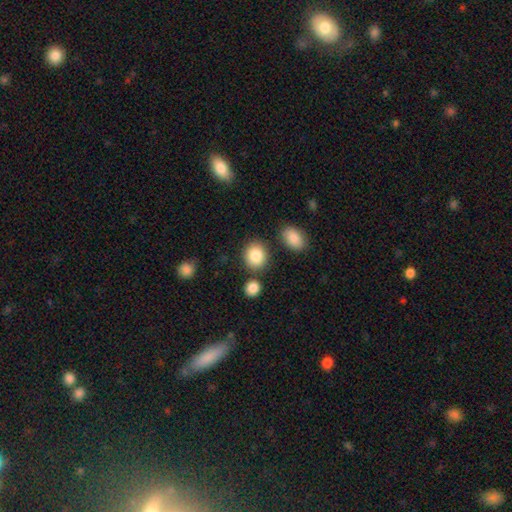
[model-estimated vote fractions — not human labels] Smooth or featured?
  - smooth: 86% *
  - star or artifact: 8%
  - featured or disk: 6%
How rounded?
  - round: 65% *
  - in between: 34%
  - cigar-shaped: 1%
Merging?
  - none: 77% *
  - minor disturbance: 10%
  - merger: 9%
  - major disturbance: 3%